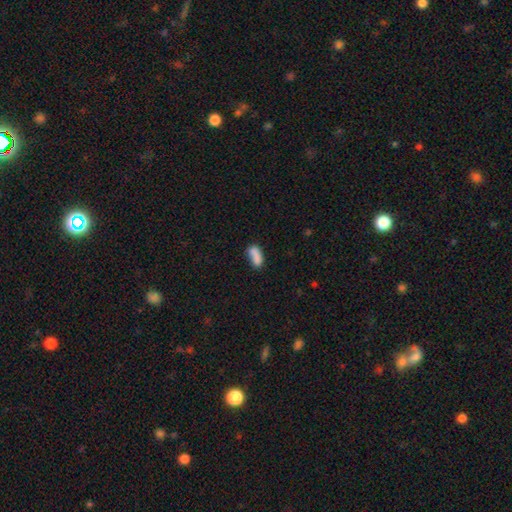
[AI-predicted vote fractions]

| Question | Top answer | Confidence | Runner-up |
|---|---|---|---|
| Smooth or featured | smooth | 80% | featured or disk (11%) |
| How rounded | in between | 80% | cigar-shaped (15%) |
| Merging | none | 45% | merger (25%) |